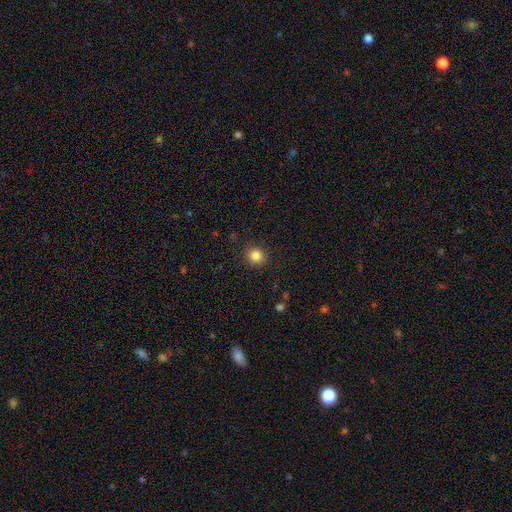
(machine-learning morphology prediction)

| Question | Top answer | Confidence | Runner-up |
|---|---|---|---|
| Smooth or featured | smooth | 85% | star or artifact (11%) |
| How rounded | round | 85% | in between (14%) |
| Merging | none | 90% | minor disturbance (7%) |